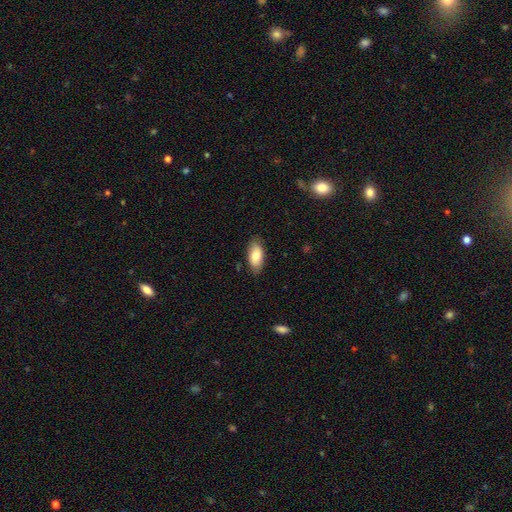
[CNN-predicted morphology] Smooth or featured? Predicted: smooth (p=0.78). How rounded? Predicted: in between (p=0.91). Merging? Predicted: none (p=0.83).